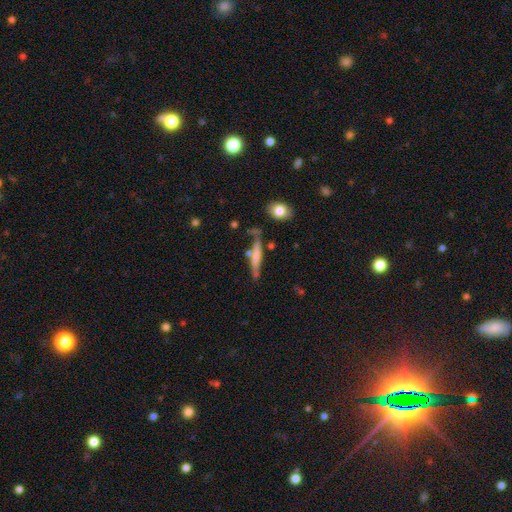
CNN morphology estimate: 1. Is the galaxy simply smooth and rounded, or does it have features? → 53% smooth, 39% featured or disk, 8% star or artifact.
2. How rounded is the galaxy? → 89% cigar-shaped, 9% in between, 2% round.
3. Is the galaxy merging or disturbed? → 61% none, 20% minor disturbance, 11% merger, 7% major disturbance.